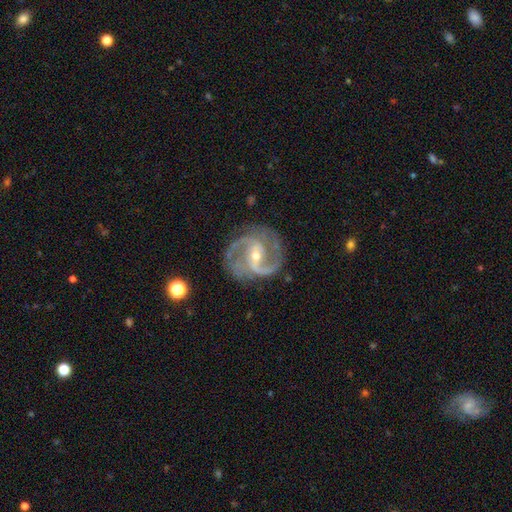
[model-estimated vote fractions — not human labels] Overall: featured or disk (92%). Edge-on disk: no (98%). Bar: weak (42%; strong 31%). Spiral arms: yes (98%). Spiral arm count: 2 (84%). Spiral winding: medium (61%). Bulge size: small (59%; moderate 38%). Merging: none (77%).